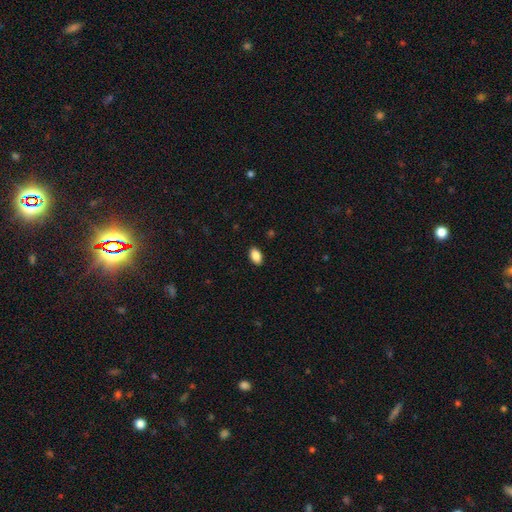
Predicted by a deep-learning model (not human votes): The model was most divided on "smooth or featured": smooth: 88%, star or artifact: 8%, featured or disk: 4%. More confident: how rounded — in between (92%); merging — none (90%).